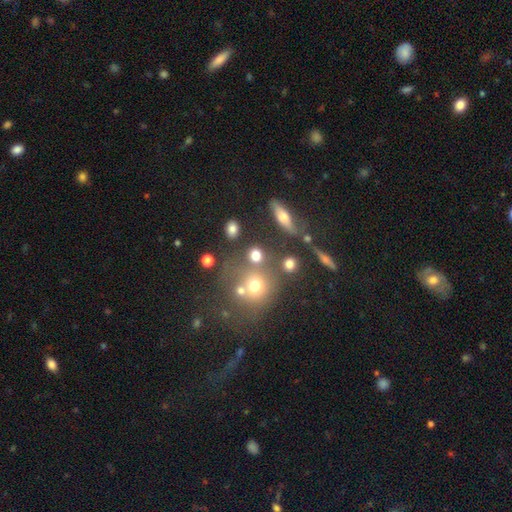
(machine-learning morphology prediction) This is likely a smooth galaxy (70%). How rounded: likely round (70%). Merging: likely none (62%).